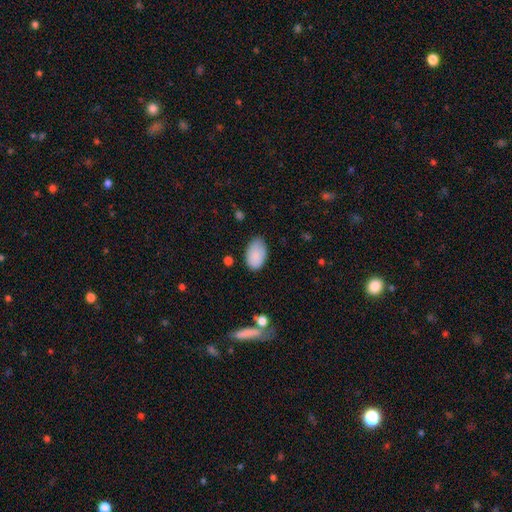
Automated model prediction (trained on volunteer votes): Overall: smooth (88%). How rounded: in between (93%). Merging: none (74%).